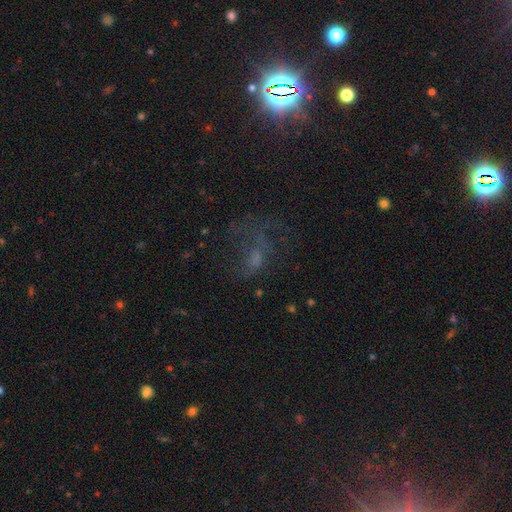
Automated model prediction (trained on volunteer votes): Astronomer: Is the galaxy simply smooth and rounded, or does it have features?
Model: featured or disk — 41% (runner-up: star or artifact, 31%).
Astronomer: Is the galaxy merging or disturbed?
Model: none — 40%, tied with major disturbance at 40%.